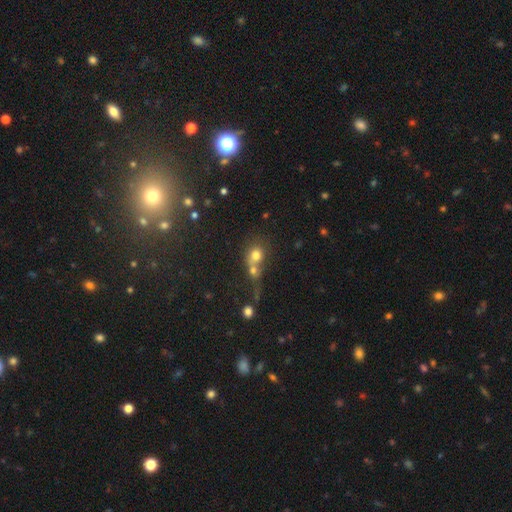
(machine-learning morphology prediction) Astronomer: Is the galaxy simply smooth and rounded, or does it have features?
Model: smooth — 72%.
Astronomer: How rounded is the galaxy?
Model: round — 72%.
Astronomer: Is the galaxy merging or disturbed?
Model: merger — 60%.